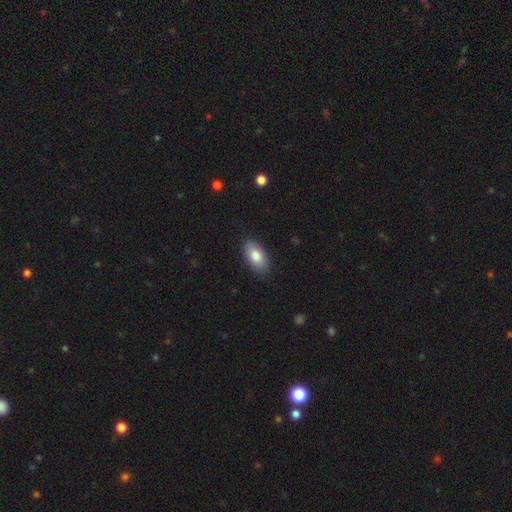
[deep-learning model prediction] Smooth or featured? Predicted: smooth (p=0.83). How rounded? Predicted: in between (p=0.94). Merging? Predicted: none (p=0.87).